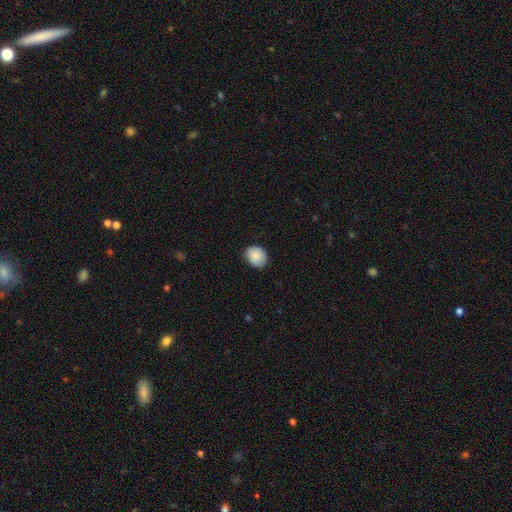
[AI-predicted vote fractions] smooth-or-featured: smooth: 85% | featured or disk: 8% | star or artifact: 7%
  how-rounded: round: 58% | in between: 41% | cigar-shaped: 1%
  merging: none: 83% | minor disturbance: 14% | major disturbance: 2% | merger: 1%